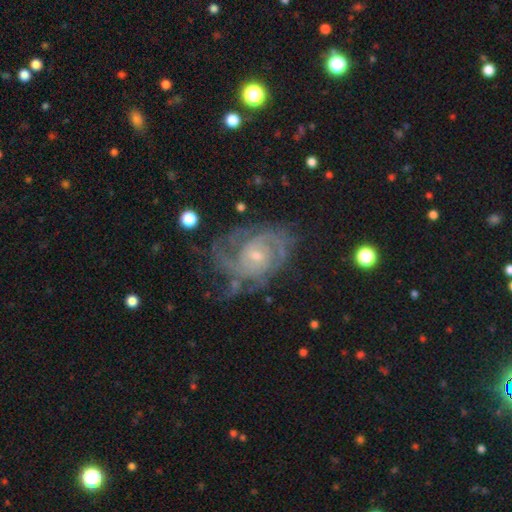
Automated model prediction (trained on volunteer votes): Smooth or featured: featured or disk — 88% (smooth — 6%)
Edge-on disk: no — 97% (yes — 3%)
Bar: no — 63% (weak — 31%)
Spiral arms: yes — 96% (no — 4%)
Spiral winding: tight — 57% (medium — 35%)
Spiral arm count: 2 — 38% (can't tell — 25%)
Bulge size: small — 67% (moderate — 29%)
Merging: none — 60% (minor disturbance — 22%)